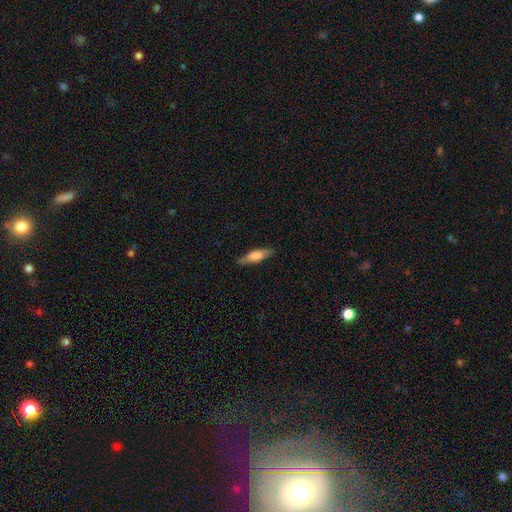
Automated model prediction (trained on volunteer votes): Smooth or featured? smooth (63%)
How rounded? cigar-shaped (59%)
Merging? none (81%)